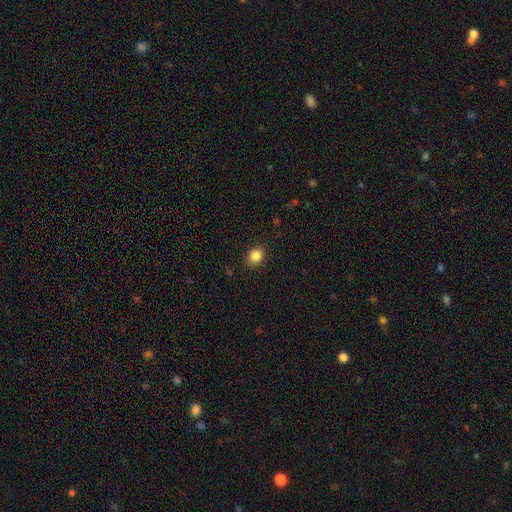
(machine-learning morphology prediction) A smooth galaxy with no disk features (85%) that is round (58%). Merging: none (88%).